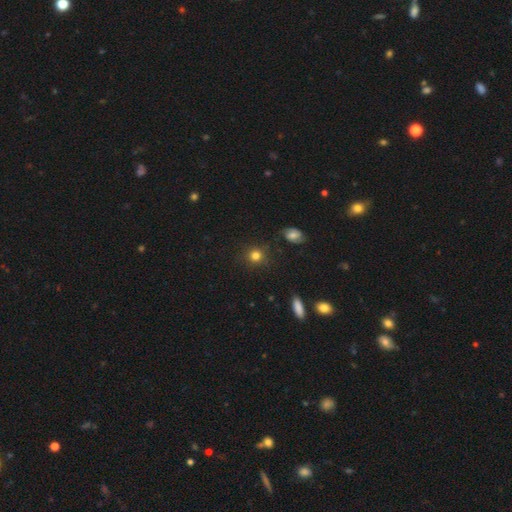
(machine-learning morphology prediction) Smooth or featured? Predicted: smooth (p=0.81). How rounded? Predicted: round (p=0.87). Merging? Predicted: none (p=0.86).